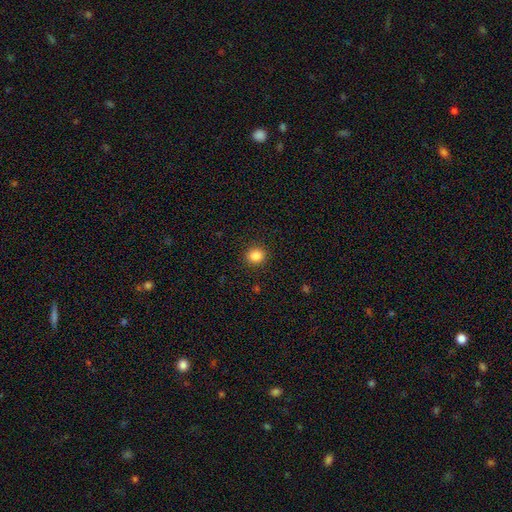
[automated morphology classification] The model was most divided on "how rounded": round: 70%, in between: 29%, cigar-shaped: 1%. More confident: merging — none (90%); smooth or featured — smooth (86%).